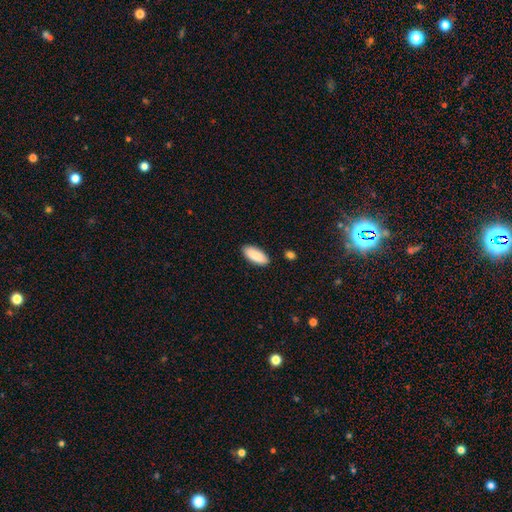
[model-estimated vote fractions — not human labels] Smooth or featured?
  - smooth: 89% *
  - star or artifact: 6%
  - featured or disk: 5%
How rounded?
  - in between: 84% *
  - cigar-shaped: 14%
  - round: 2%
Merging?
  - none: 89% *
  - minor disturbance: 8%
  - major disturbance: 2%
  - merger: 2%